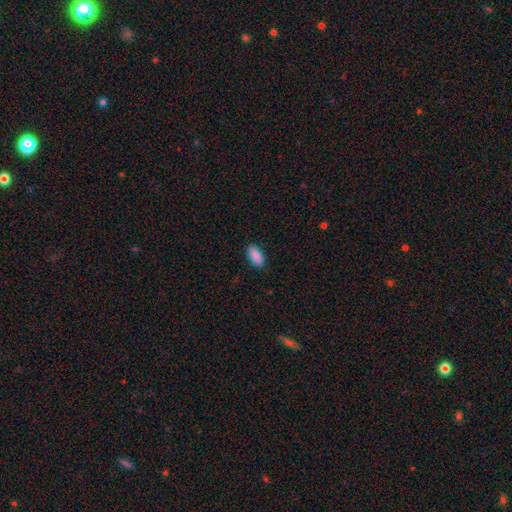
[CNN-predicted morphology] Smooth or featured? smooth (90%)
How rounded? in between (90%)
Merging? none (87%)